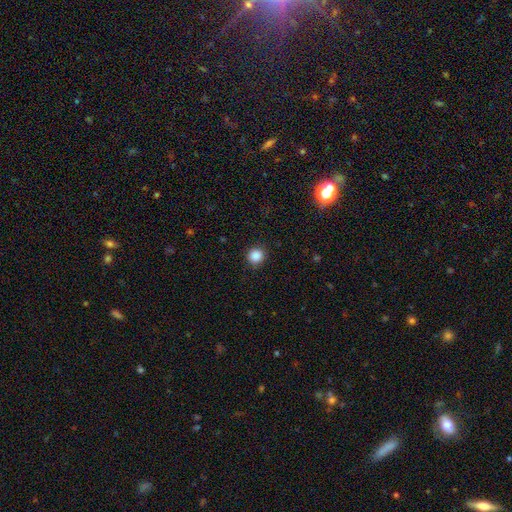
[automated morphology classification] The model was most divided on "smooth or featured": smooth: 87%, star or artifact: 10%, featured or disk: 3%. More confident: how rounded — round (93%); merging — none (91%).